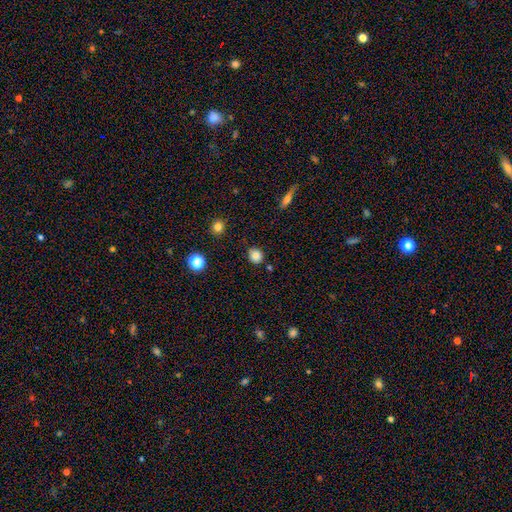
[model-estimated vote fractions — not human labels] Morphology: type=smooth (83%); roundness=round (84%); merging=none (84%).